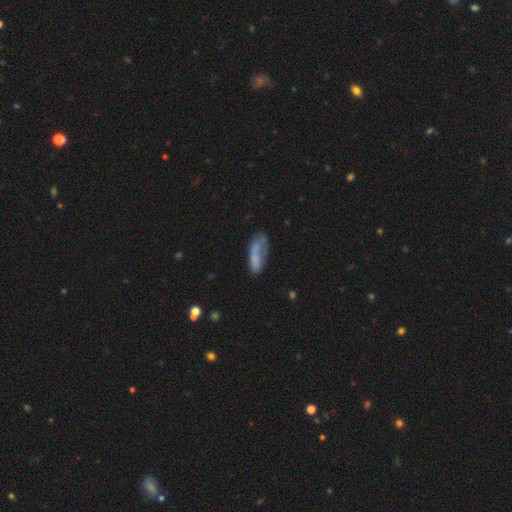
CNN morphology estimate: Smooth or featured? Predicted: smooth (p=0.59). How rounded? Predicted: in between (p=0.68). Merging? Predicted: none (p=0.39).